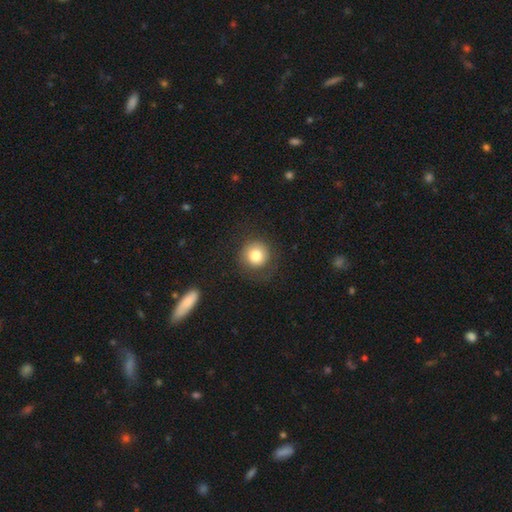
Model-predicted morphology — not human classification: Smooth or featured?
  - smooth: 79% *
  - featured or disk: 12%
  - star or artifact: 9%
How rounded?
  - round: 93% *
  - in between: 6%
  - cigar-shaped: 1%
Merging?
  - none: 75% *
  - minor disturbance: 14%
  - major disturbance: 9%
  - merger: 1%